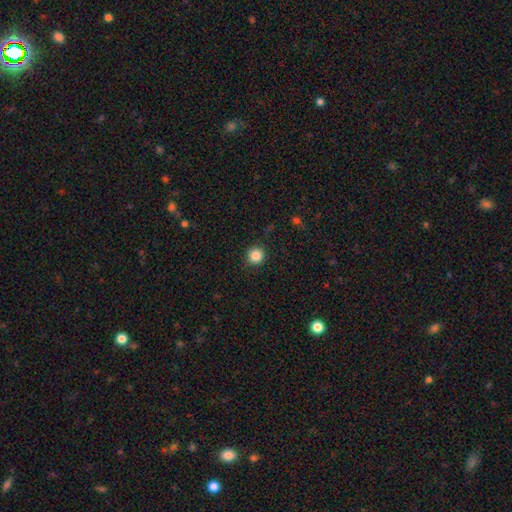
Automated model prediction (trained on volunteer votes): smooth_or_featured: smooth (p=0.86) [alt: star or artifact p=0.11]
how_rounded: round (p=0.94) [alt: in between p=0.05]
merging: none (p=0.91) [alt: minor disturbance p=0.06]